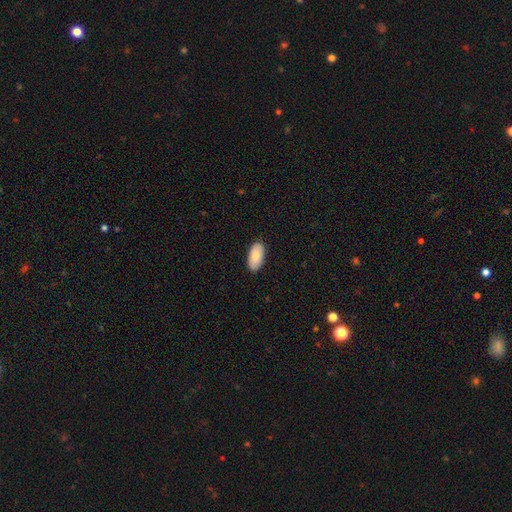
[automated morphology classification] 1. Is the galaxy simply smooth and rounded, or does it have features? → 79% smooth, 15% featured or disk, 6% star or artifact.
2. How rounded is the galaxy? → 94% in between, 3% cigar-shaped, 2% round.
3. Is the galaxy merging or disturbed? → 88% none, 9% minor disturbance, 2% major disturbance, 1% merger.